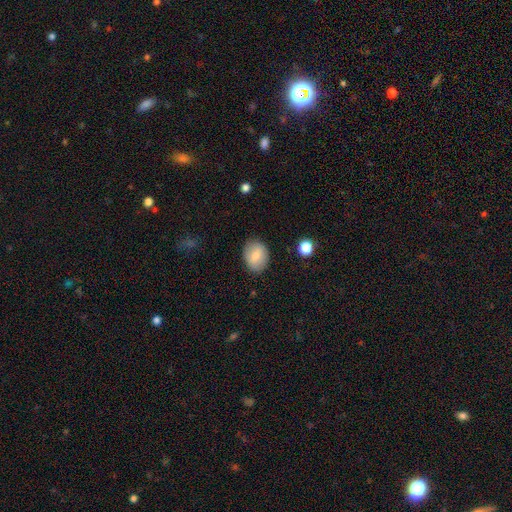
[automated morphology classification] Smooth or featured? Predicted: smooth (p=0.77). How rounded? Predicted: in between (p=0.64). Merging? Predicted: none (p=0.85).